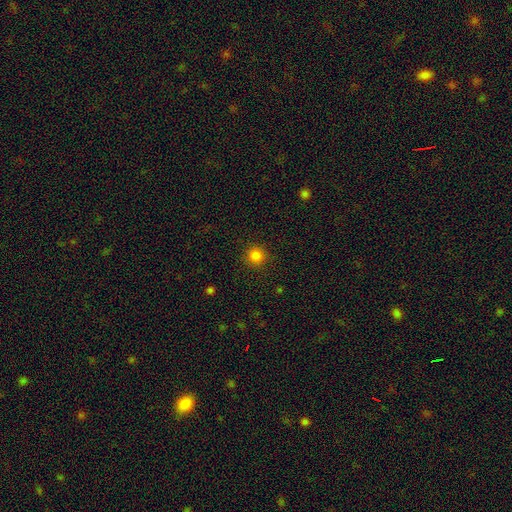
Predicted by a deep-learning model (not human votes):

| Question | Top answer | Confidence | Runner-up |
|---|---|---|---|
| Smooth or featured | smooth | 83% | star or artifact (13%) |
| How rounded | round | 94% | in between (5%) |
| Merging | none | 91% | minor disturbance (6%) |